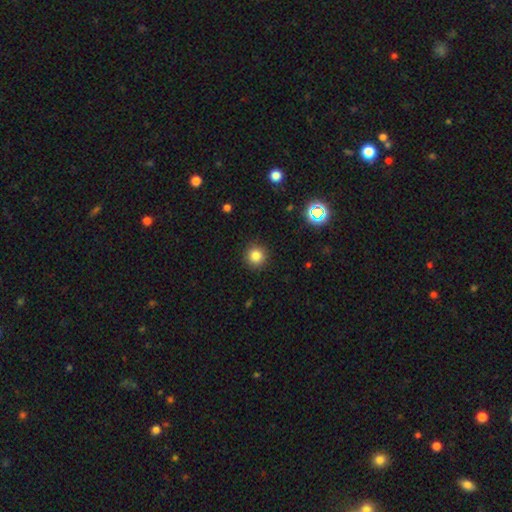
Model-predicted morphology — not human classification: A smooth galaxy with no disk features (83%) that is round (94%).

Vote fractions:
- Smooth or featured? smooth: 83% / star or artifact: 12% / featured or disk: 5%
- How rounded? round: 94% / in between: 5% / cigar-shaped: 1%
- Merging? none: 91% / minor disturbance: 6% / major disturbance: 2% / merger: 1%